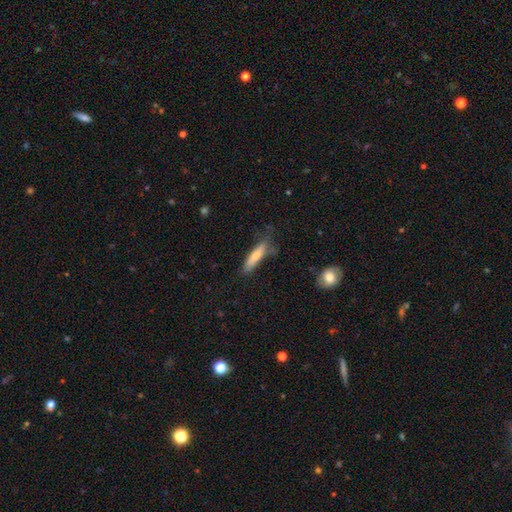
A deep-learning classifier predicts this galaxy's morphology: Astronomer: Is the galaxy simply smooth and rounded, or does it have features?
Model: smooth — 59%.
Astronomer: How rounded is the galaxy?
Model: cigar-shaped — 82%.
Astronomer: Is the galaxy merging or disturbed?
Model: none — 66%.